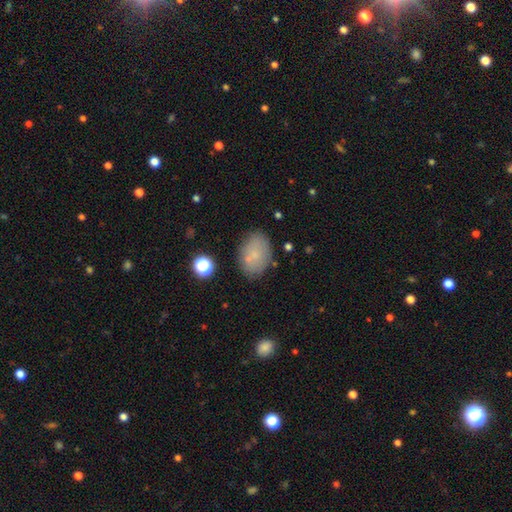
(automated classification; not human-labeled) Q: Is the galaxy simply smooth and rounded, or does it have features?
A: smooth — 74%.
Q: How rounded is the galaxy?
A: in between — 84%.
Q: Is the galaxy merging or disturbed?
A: none — 75%.